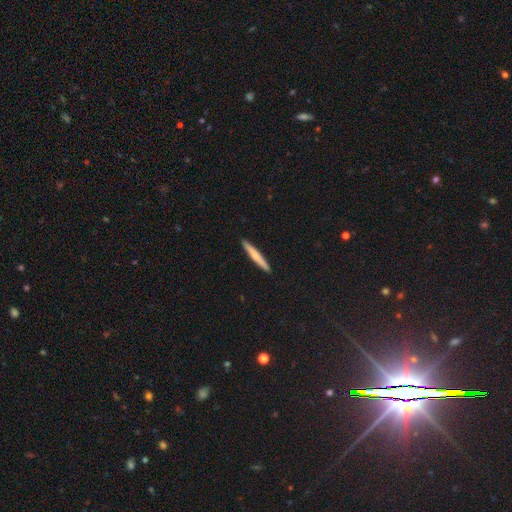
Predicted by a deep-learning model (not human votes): smooth-or-featured: smooth: 57% | featured or disk: 38% | star or artifact: 5%
  how-rounded: cigar-shaped: 95% | in between: 3% | round: 1%
  merging: none: 93% | minor disturbance: 5% | major disturbance: 1% | merger: 1%